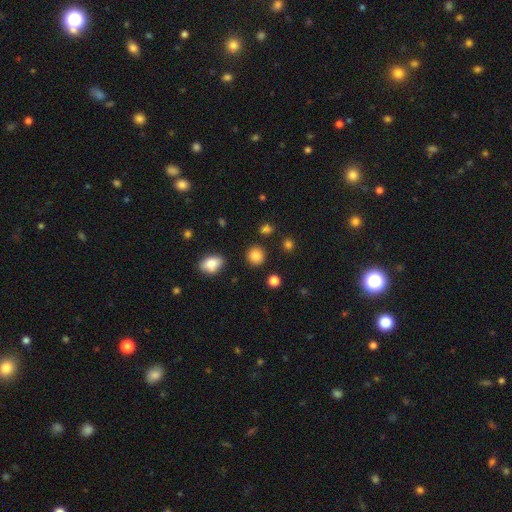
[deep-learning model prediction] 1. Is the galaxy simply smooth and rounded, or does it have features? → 85% smooth, 11% star or artifact, 4% featured or disk.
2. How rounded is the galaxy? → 89% round, 10% in between, 1% cigar-shaped.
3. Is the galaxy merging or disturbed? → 89% none, 6% minor disturbance, 2% merger, 2% major disturbance.